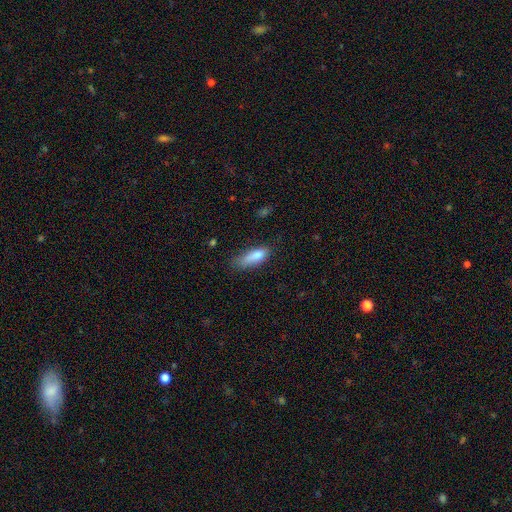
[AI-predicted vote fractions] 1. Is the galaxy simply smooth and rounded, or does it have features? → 83% smooth, 10% featured or disk, 8% star or artifact.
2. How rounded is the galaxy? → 65% in between, 33% cigar-shaped, 2% round.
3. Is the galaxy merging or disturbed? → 51% none, 33% minor disturbance, 13% major disturbance, 3% merger.